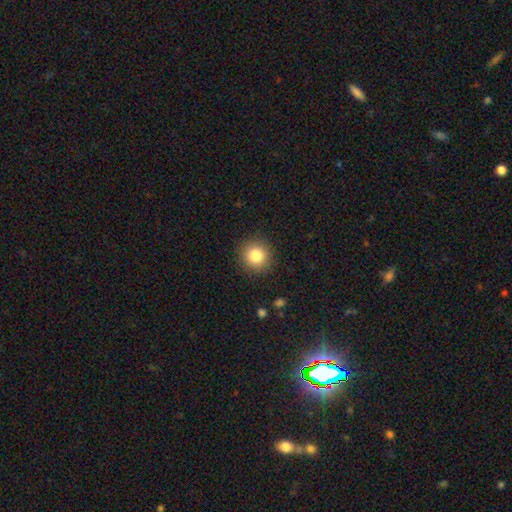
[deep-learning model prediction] Morphology: type=smooth (83%); roundness=round (93%); merging=none (91%).